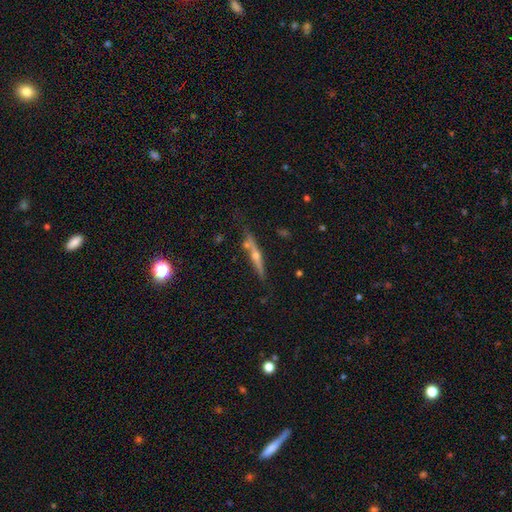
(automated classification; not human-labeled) Smooth or featured? Predicted: featured or disk (p=0.71). Edge-on disk? Predicted: yes (p=0.95). Edge-on bulge? Predicted: rounded (p=0.86). Merging? Predicted: none (p=0.71).